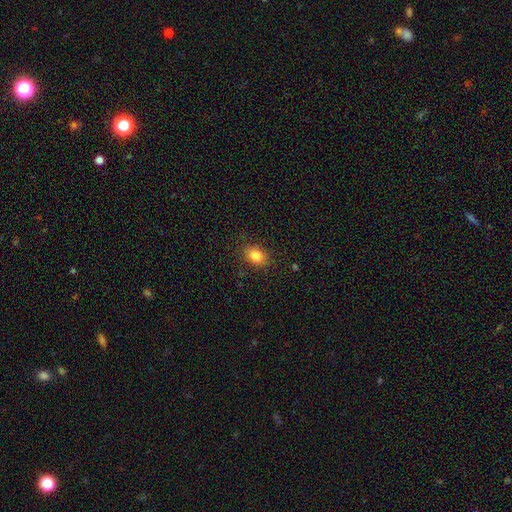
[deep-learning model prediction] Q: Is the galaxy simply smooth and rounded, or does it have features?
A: smooth — 83%.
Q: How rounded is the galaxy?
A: in between — 71%.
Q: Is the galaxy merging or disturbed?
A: none — 85%.